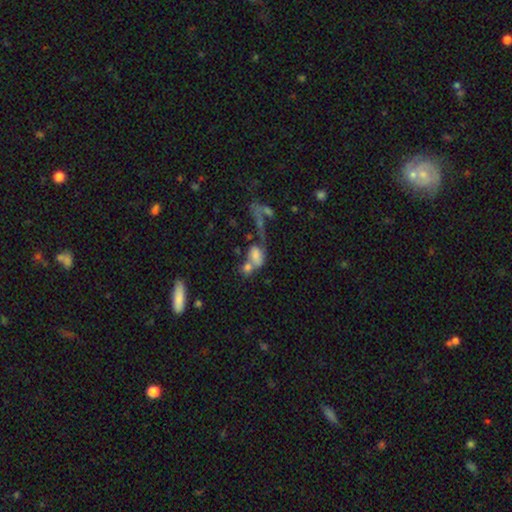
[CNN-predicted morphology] smooth-or-featured: smooth: 59% | featured or disk: 28% | star or artifact: 13%
  how-rounded: in between: 77% | round: 19% | cigar-shaped: 4%
  merging: merger: 56% | major disturbance: 20% | none: 16% | minor disturbance: 8%